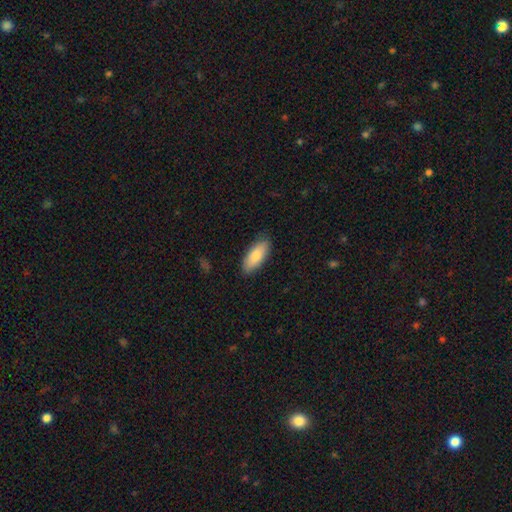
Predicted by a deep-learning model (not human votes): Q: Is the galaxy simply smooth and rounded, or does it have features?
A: smooth — 81%.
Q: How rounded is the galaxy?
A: in between — 81%.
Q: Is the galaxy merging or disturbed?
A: none — 86%.